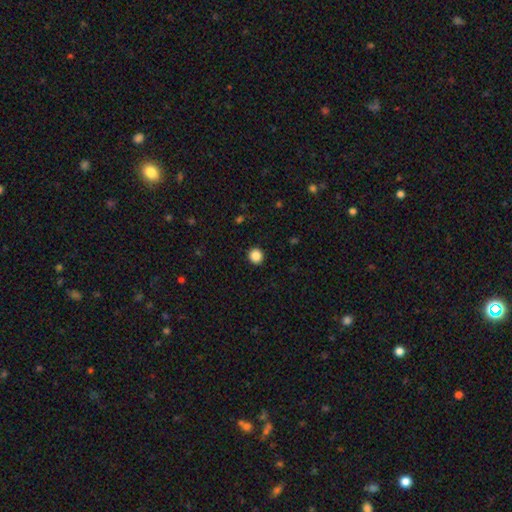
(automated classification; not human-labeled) smooth 87%, star or artifact 10%, featured or disk 3%. Down the decision tree: how rounded — round (91%); merging — none (93%).